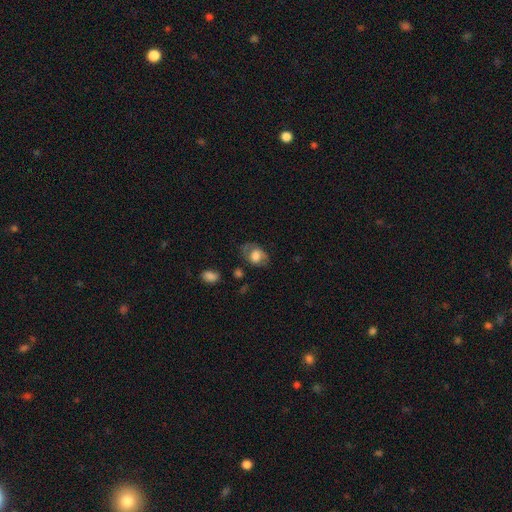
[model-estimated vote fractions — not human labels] This appears to be a smooth galaxy with no disk features (62%) that is in between round and cigar-shaped (73%). Merging: none (61%).